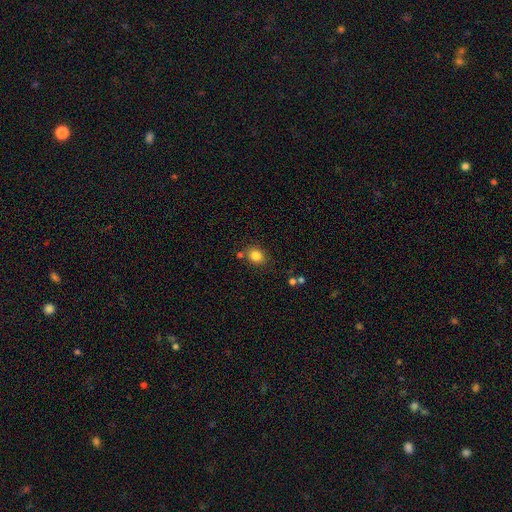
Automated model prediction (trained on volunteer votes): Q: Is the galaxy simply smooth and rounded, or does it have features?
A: smooth — 83%.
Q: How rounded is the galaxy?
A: round — 61%.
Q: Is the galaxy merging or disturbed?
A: none — 77%.